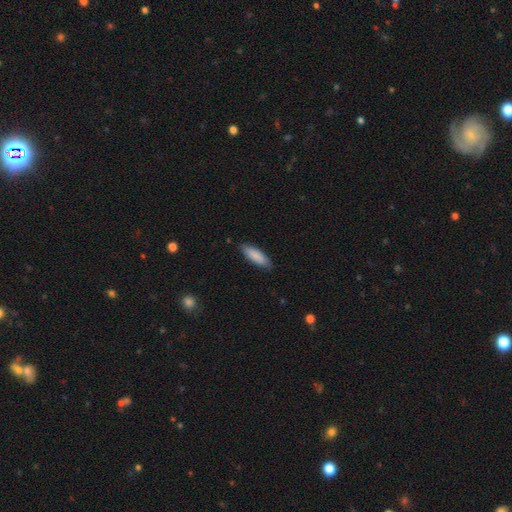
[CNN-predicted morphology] smooth-or-featured: smooth: 87% | featured or disk: 8% | star or artifact: 5%
  how-rounded: in between: 57% | cigar-shaped: 41% | round: 1%
  merging: none: 85% | minor disturbance: 12% | major disturbance: 2% | merger: 1%